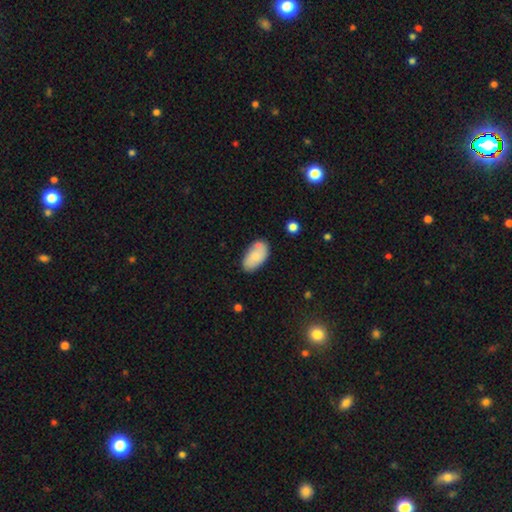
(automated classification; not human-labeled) Smooth or featured? smooth (77%)
How rounded? in between (95%)
Merging? none (66%)